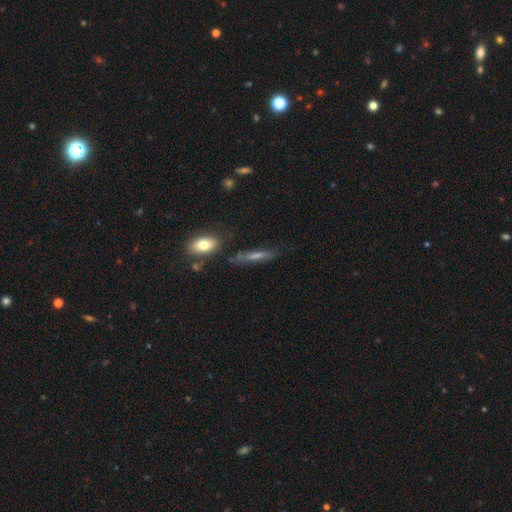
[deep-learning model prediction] Overall: smooth (49%; featured or disk 38%). Merging: none (69%).